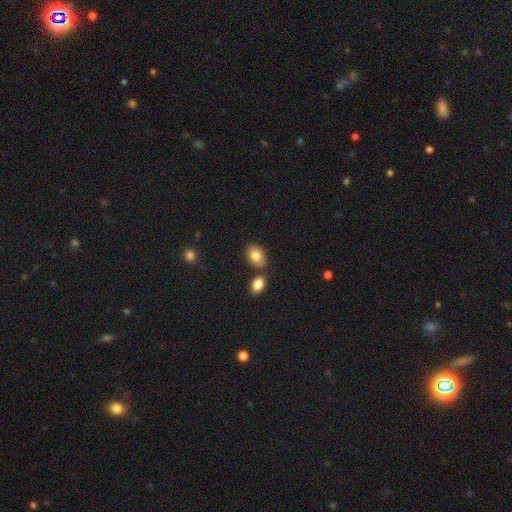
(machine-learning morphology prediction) A smooth galaxy with no disk features (84%) that is in between round and cigar-shaped (80%). Merging: none (72%).